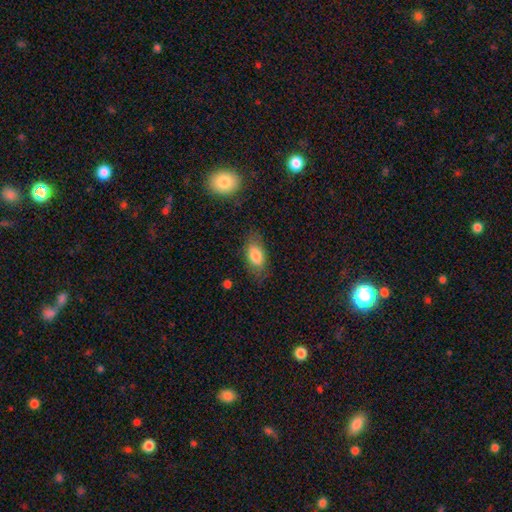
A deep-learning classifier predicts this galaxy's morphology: This is clearly a smooth galaxy (81%). How rounded: clearly in between (89%). Merging: likely none (75%).